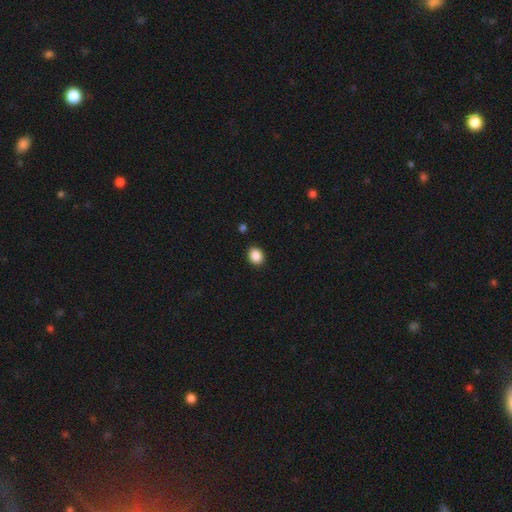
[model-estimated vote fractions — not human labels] smooth 88%, star or artifact 9%, featured or disk 3%. Down the decision tree: how rounded — round (62%); merging — none (90%).